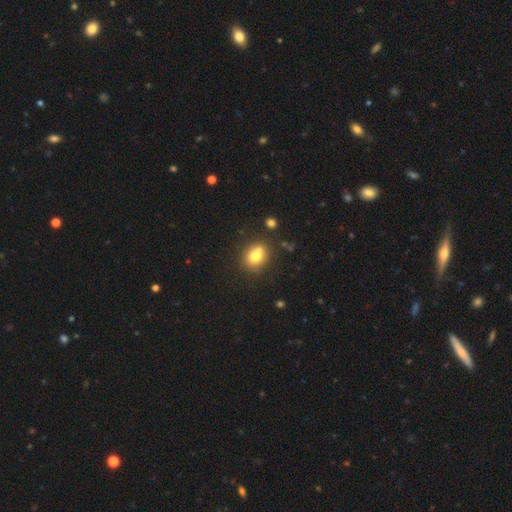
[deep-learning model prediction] smooth_or_featured: smooth (p=0.74) [alt: featured or disk p=0.15]
how_rounded: round (p=0.60) [alt: in between p=0.39]
merging: none (p=0.63) [alt: merger p=0.17]